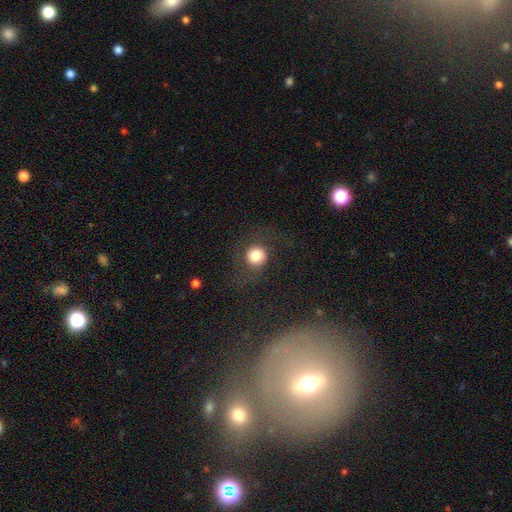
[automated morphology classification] This appears to be a smooth galaxy with no disk features (79%) that is round (90%). Merging: none (75%).